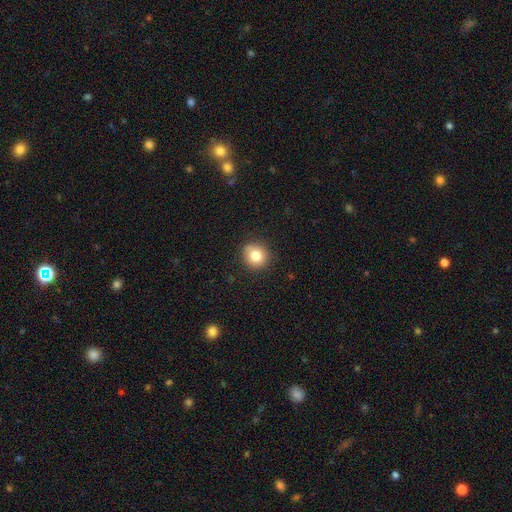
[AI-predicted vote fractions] A smooth galaxy with no disk features (81%) that is round (87%). Merging: none (86%).